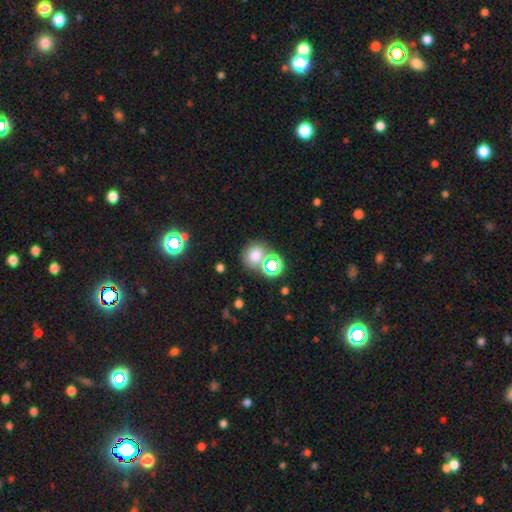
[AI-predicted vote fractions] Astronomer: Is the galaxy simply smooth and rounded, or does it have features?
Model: smooth — 68%.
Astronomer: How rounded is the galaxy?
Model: round — 78%.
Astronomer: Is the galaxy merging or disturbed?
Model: none — 66%.